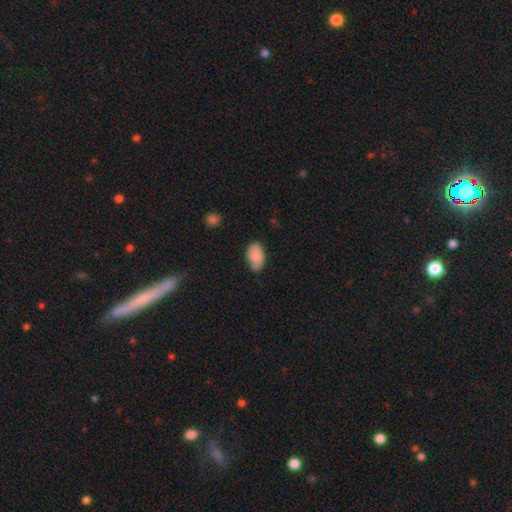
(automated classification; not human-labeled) Smooth or featured? smooth (85%)
How rounded? in between (92%)
Merging? none (66%)